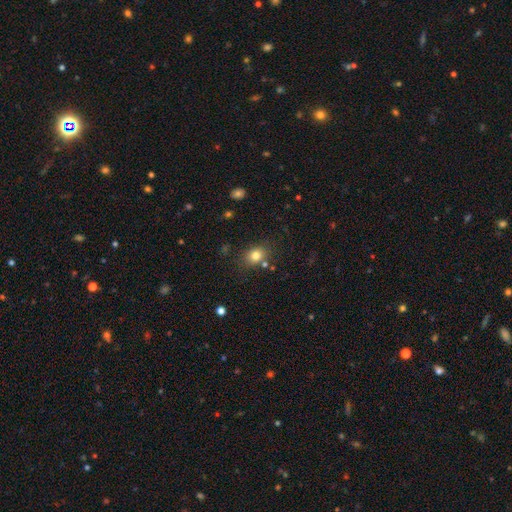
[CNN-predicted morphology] The model was most divided on "how rounded": round: 50%, in between: 49%, cigar-shaped: 1%. More confident: smooth or featured — smooth (79%); merging — none (77%).